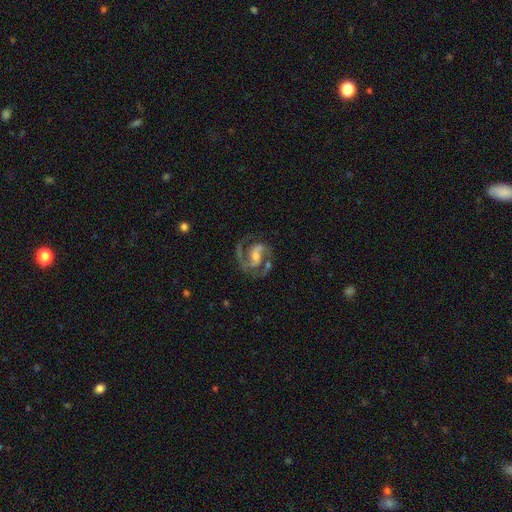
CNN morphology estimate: smooth_or_featured: featured or disk (p=0.90) [alt: star or artifact p=0.05]
disk_edge_on: no (p=0.98) [alt: yes p=0.02]
bar: weak (p=0.42) [alt: strong p=0.32]
has_spiral_arms: yes (p=0.98) [alt: no p=0.02]
spiral_winding: medium (p=0.61) [alt: tight p=0.26]
spiral_arm_count: 2 (p=0.84) [alt: 3 p=0.08]
bulge_size: small (p=0.49) [alt: moderate p=0.43]
merging: none (p=0.72) [alt: minor disturbance p=0.15]